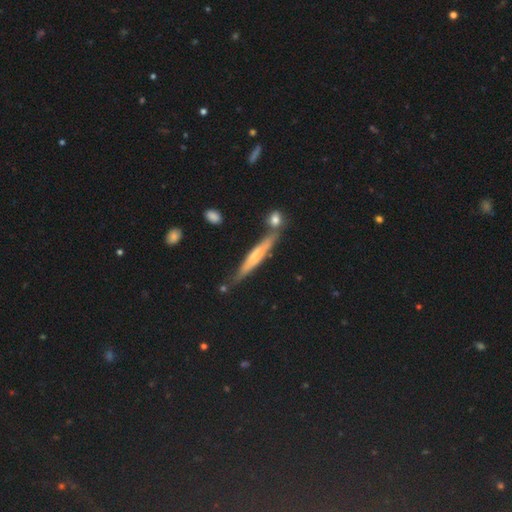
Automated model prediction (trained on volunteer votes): This appears to be a featured or disk galaxy (52%) viewed edge-on (91%). Merging: none (72%).